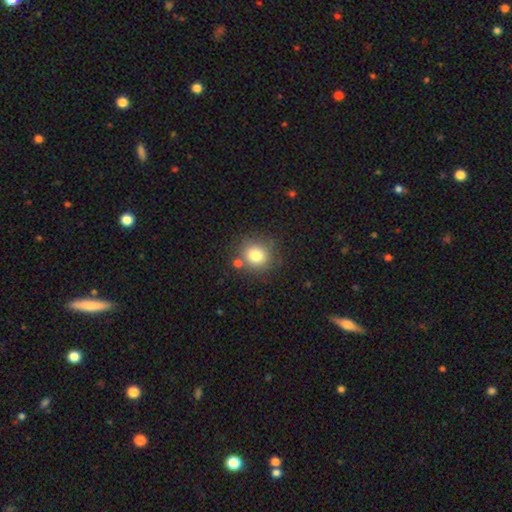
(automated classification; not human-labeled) Smooth or featured? Predicted: smooth (p=0.79). How rounded? Predicted: round (p=0.87). Merging? Predicted: none (p=0.79).